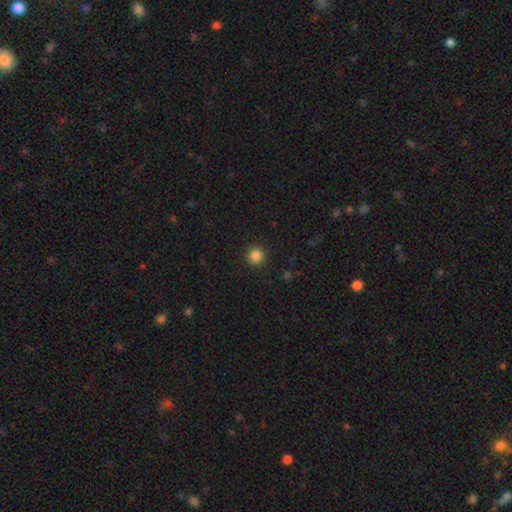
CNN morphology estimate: A smooth galaxy with no disk features (85%) that is round (95%).

Vote fractions:
- Smooth or featured? smooth: 85% / star or artifact: 12% / featured or disk: 3%
- How rounded? round: 95% / in between: 4% / cigar-shaped: 1%
- Merging? none: 92% / minor disturbance: 5% / major disturbance: 2% / merger: 1%